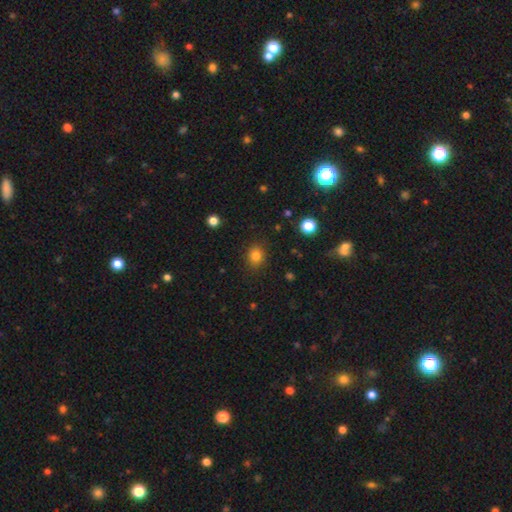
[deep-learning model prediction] This appears to be a smooth galaxy with no disk features (82%) that is round (69%). Merging: none (88%).